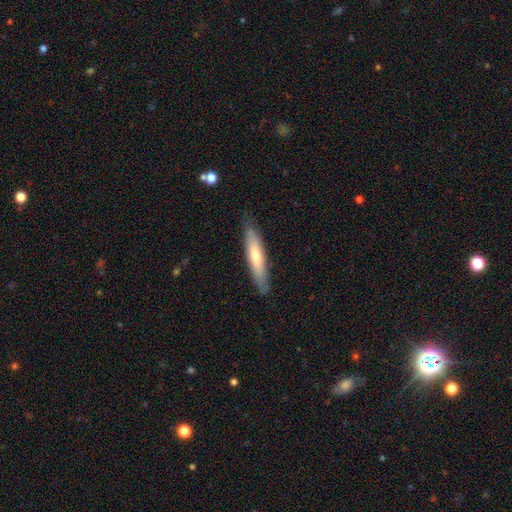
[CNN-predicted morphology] A smooth galaxy with no disk features (59%) that is cigar-shaped (84%). Merging: none (84%).